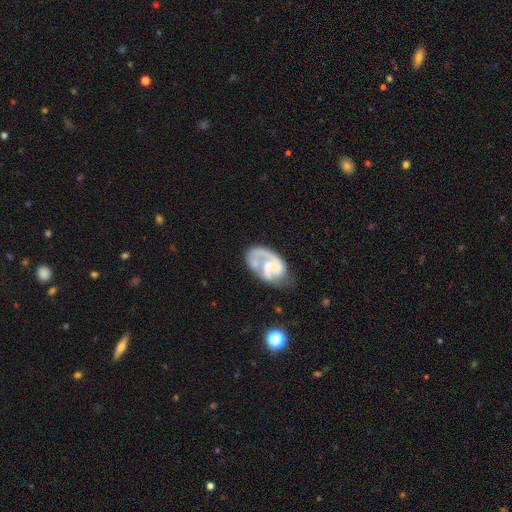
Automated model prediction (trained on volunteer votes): smooth_or_featured: featured or disk (p=0.83) [alt: smooth p=0.12]
disk_edge_on: no (p=0.98) [alt: yes p=0.02]
bar: no (p=0.43) [tied with: weak p=0.43]
has_spiral_arms: yes (p=0.92) [alt: no p=0.08]
spiral_winding: medium (p=0.48) [alt: tight p=0.29]
spiral_arm_count: 2 (p=0.61) [alt: 1 p=0.27]
bulge_size: small (p=0.41) [alt: none p=0.37]
merging: none (p=0.43) [alt: major disturbance p=0.25]